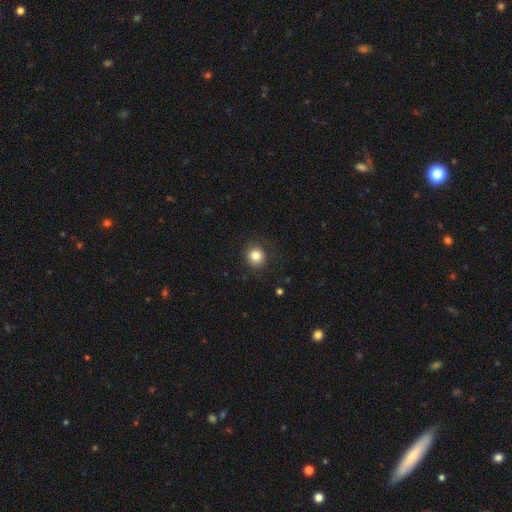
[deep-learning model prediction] A smooth galaxy with no disk features (82%) that is round (90%).

Vote fractions:
- Smooth or featured? smooth: 82% / star or artifact: 11% / featured or disk: 7%
- How rounded? round: 90% / in between: 9% / cigar-shaped: 1%
- Merging? none: 87% / minor disturbance: 9% / major disturbance: 4% / merger: 1%